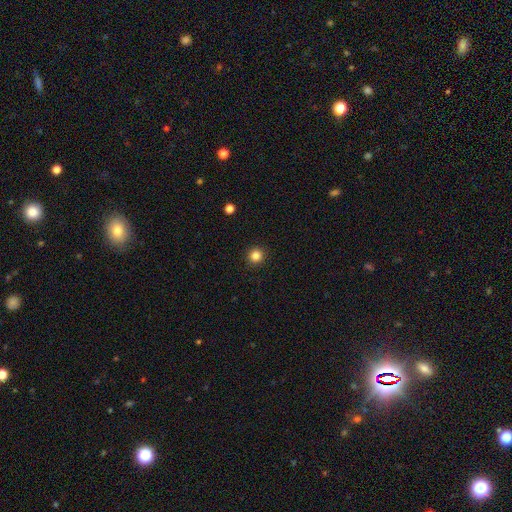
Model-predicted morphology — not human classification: Q: Smooth or featured?
A: smooth (84%); runner-up: star or artifact (12%)
Q: How rounded?
A: round (94%); runner-up: in between (5%)
Q: Merging?
A: none (93%); runner-up: minor disturbance (4%)